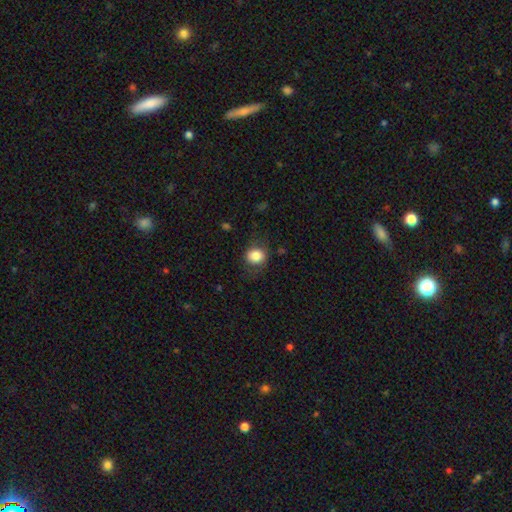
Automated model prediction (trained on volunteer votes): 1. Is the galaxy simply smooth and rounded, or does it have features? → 83% smooth, 9% star or artifact, 7% featured or disk.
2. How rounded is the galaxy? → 75% round, 24% in between, 1% cigar-shaped.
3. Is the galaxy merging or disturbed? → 75% none, 17% minor disturbance, 7% major disturbance, 1% merger.